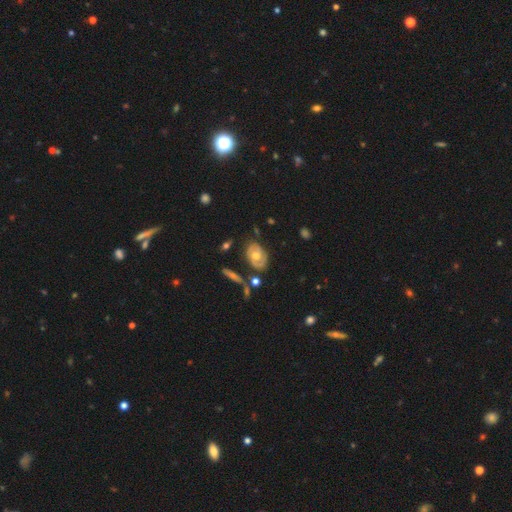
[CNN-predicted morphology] featured or disk 62%, smooth 31%, star or artifact 7%. Down the decision tree: edge-on disk — no (92%); bar — no (75%); spiral arms — yes (65%); bulge size — moderate (75%); merging — none (64%).